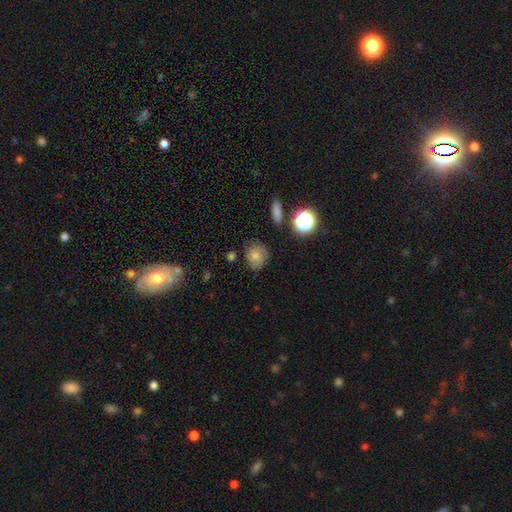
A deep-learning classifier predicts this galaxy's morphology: Smooth or featured? smooth (75%)
How rounded? round (71%)
Merging? none (73%)